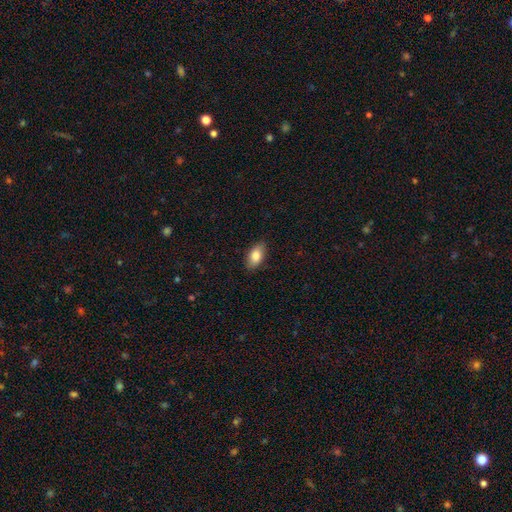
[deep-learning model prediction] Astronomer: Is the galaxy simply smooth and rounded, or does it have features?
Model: smooth — 84%.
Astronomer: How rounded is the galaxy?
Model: in between — 91%.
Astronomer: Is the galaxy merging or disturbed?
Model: none — 86%.